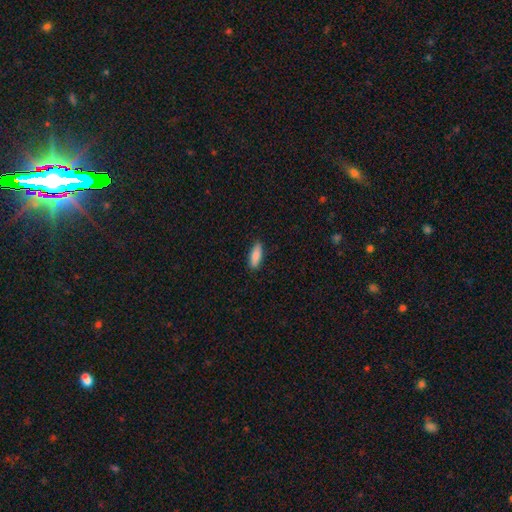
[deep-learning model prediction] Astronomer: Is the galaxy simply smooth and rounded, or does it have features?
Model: smooth — 87%.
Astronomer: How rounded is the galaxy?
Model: in between — 62% (runner-up: cigar-shaped, 37%).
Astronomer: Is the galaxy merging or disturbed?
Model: none — 87%.